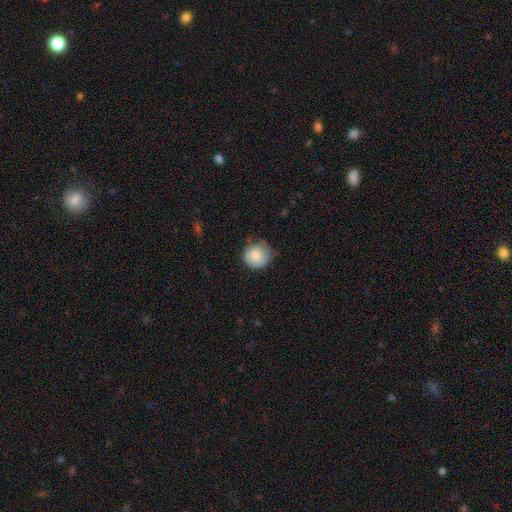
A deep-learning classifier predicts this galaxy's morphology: type=smooth (80%); roundness=round (90%); merging=none (65%).